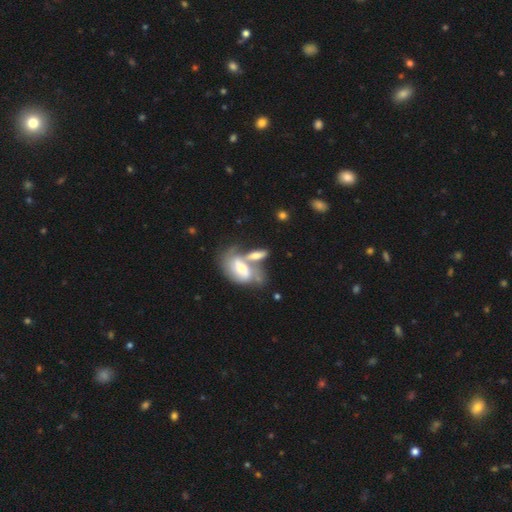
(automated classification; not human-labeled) Overall: featured or disk (50%; smooth 43%). Merging: merger (56%; none 26%).